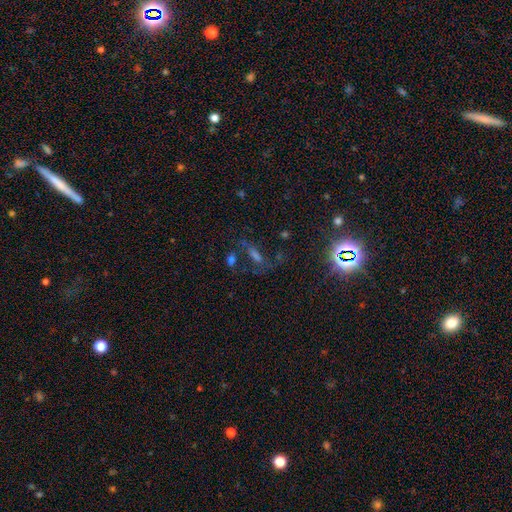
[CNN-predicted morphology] star or artifact 44%, featured or disk 29%, smooth 27%.